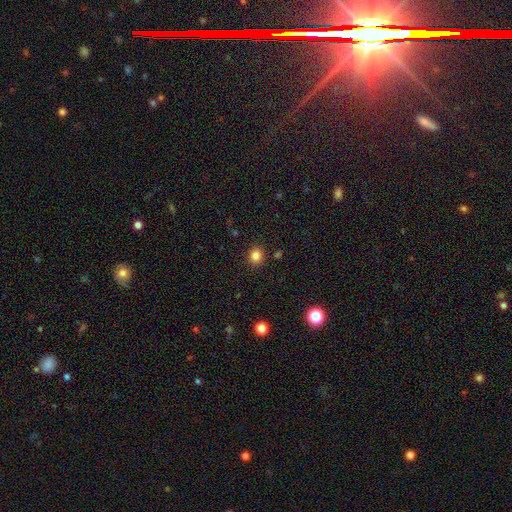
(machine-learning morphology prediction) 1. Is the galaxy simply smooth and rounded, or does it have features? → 83% smooth, 12% star or artifact, 5% featured or disk.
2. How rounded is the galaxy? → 80% round, 19% in between, 1% cigar-shaped.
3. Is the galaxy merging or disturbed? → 89% none, 7% minor disturbance, 2% major disturbance, 2% merger.